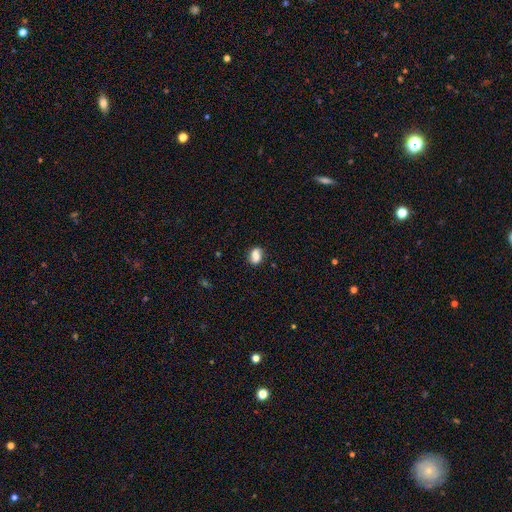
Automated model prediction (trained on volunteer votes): Overall: smooth (76%). How rounded: in between (74%). Merging: none (72%).